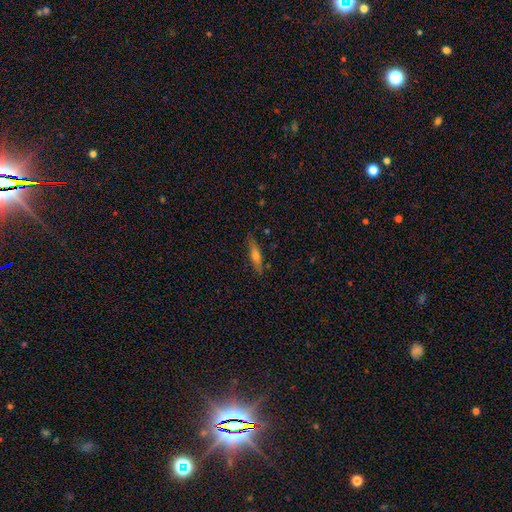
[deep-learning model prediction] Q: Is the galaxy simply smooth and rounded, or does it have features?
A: featured or disk — 47%.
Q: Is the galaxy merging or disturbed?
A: none — 86%.